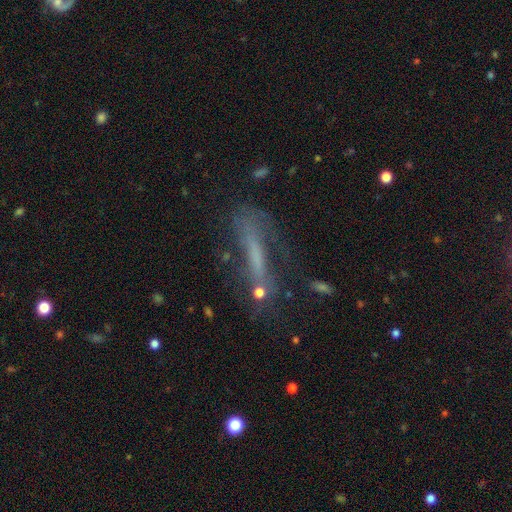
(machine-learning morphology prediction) Smooth or featured: featured or disk — 41% (tied with smooth — 41%)
Merging: none — 47% (major disturbance — 23%)